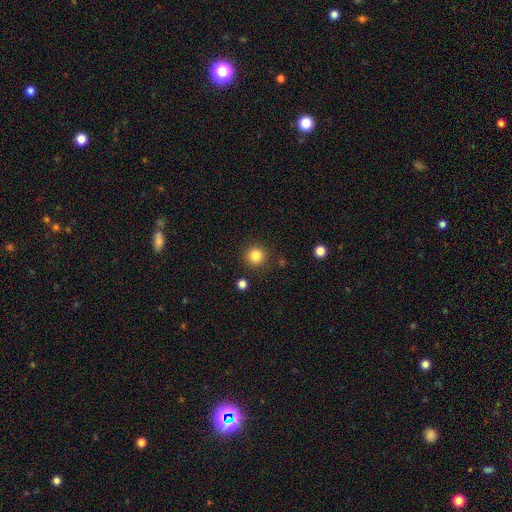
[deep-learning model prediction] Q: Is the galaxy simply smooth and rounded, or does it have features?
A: smooth — 84%.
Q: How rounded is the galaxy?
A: round — 95%.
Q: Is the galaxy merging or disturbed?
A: none — 89%.